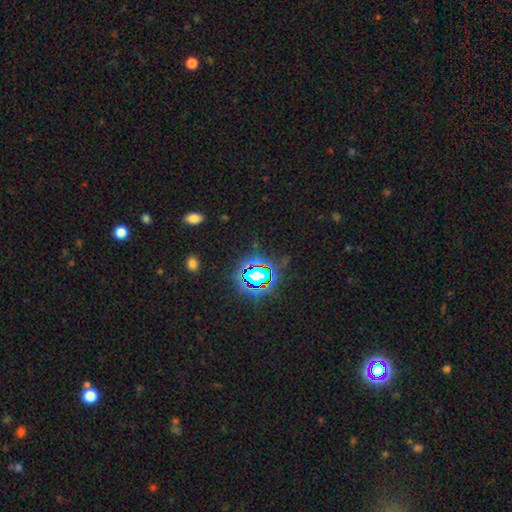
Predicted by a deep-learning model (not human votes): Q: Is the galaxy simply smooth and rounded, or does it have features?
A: star or artifact — 81%.